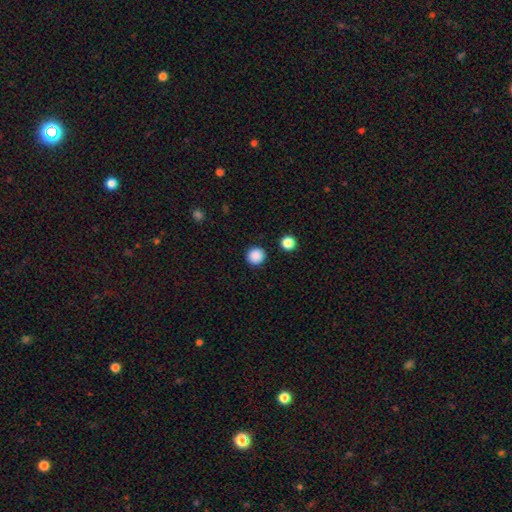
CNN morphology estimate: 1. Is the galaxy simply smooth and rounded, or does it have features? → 88% smooth, 10% star or artifact, 2% featured or disk.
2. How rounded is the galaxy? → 95% round, 4% in between, 1% cigar-shaped.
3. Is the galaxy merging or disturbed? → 92% none, 5% minor disturbance, 2% major disturbance, 1% merger.